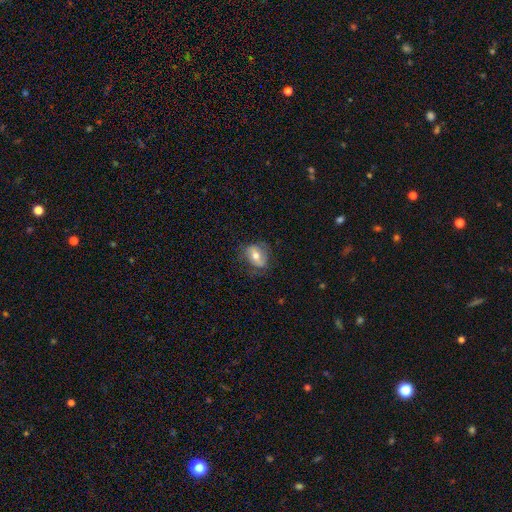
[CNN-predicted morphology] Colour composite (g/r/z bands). It shows a smooth galaxy with no disk features (55%) that is in between round and cigar-shaped (65%). Merging: none (65%).